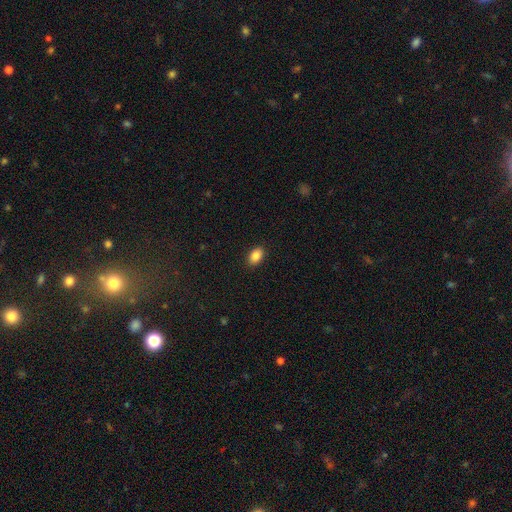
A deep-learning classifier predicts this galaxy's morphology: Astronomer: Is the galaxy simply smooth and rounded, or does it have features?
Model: smooth — 88%.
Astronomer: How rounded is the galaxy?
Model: in between — 86%.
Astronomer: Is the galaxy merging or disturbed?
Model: none — 90%.